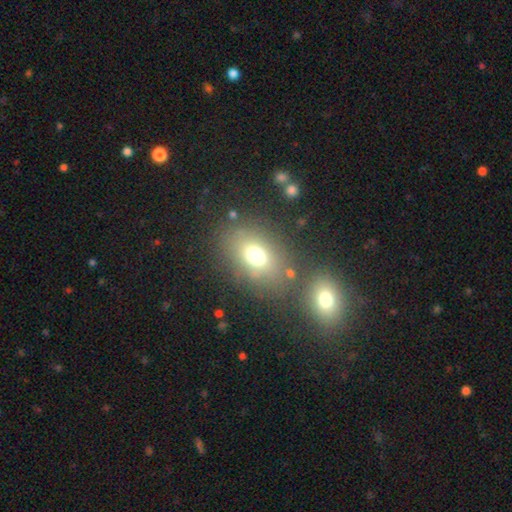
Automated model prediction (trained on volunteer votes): This appears to be a smooth galaxy with no disk features (69%) that is in between round and cigar-shaped (61%). Merging: none (69%).